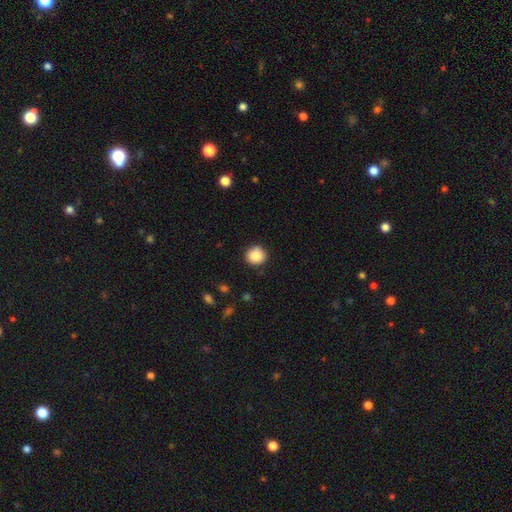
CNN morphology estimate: Smooth or featured?
  - smooth: 87% *
  - star or artifact: 9%
  - featured or disk: 4%
How rounded?
  - round: 91% *
  - in between: 8%
  - cigar-shaped: 1%
Merging?
  - none: 87% *
  - minor disturbance: 9%
  - major disturbance: 2%
  - merger: 1%